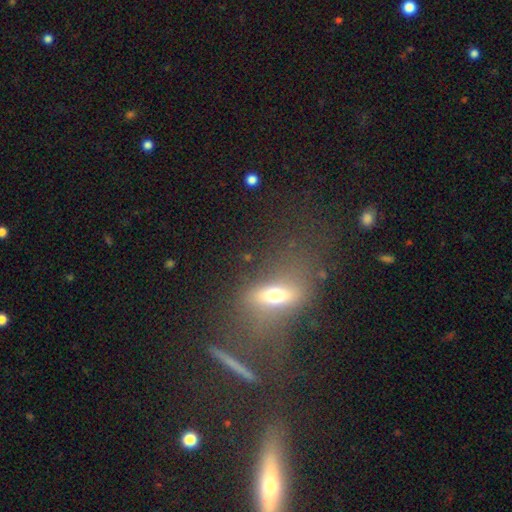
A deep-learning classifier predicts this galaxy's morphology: Smooth or featured?
  - featured or disk: 43% *
  - smooth: 33%
  - star or artifact: 23%
Merging?
  - none: 45% *
  - major disturbance: 27%
  - minor disturbance: 17%
  - merger: 11%